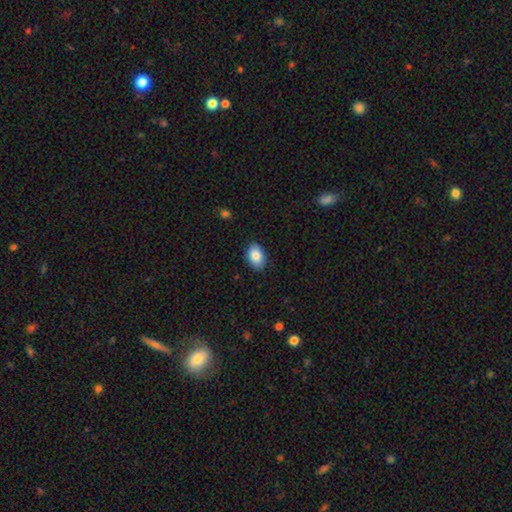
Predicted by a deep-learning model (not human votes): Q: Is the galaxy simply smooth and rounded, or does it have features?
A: smooth — 86%.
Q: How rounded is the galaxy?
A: in between — 88%.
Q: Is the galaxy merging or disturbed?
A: none — 87%.